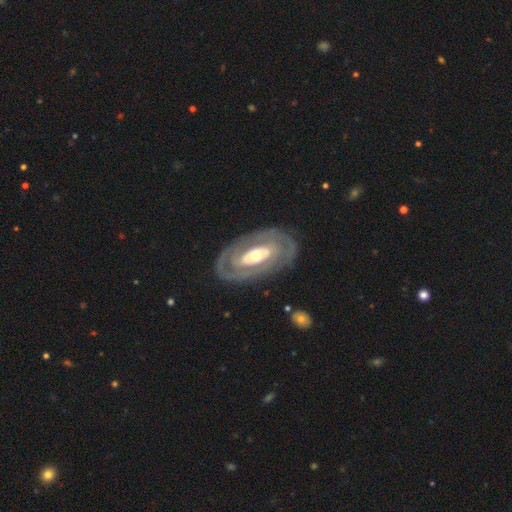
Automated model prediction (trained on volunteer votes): This appears to be a featured or disk galaxy (79%) with no bar (65%), spiral arms (61%) and a moderate central bulge (64%). Merging: none (80%).